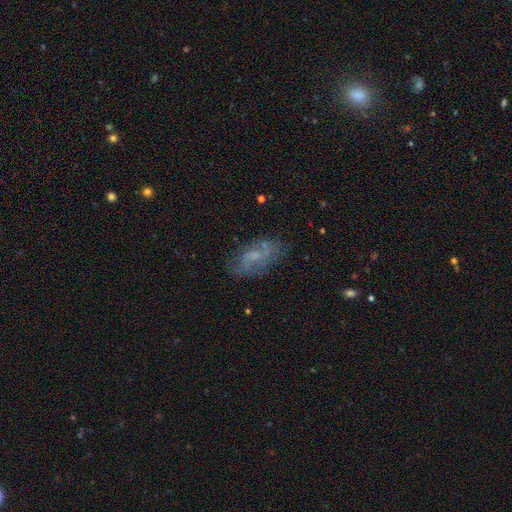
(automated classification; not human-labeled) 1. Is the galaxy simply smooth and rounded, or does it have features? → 56% featured or disk, 32% smooth, 11% star or artifact.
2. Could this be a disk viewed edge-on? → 94% no, 6% yes.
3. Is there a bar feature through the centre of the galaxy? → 48% no, 42% weak, 9% strong.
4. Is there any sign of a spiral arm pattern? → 68% yes, 32% no.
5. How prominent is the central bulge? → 38% small, 33% none, 24% moderate, 3% large, 1% dominant.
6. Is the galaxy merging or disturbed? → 65% none, 21% minor disturbance, 11% major disturbance, 3% merger.